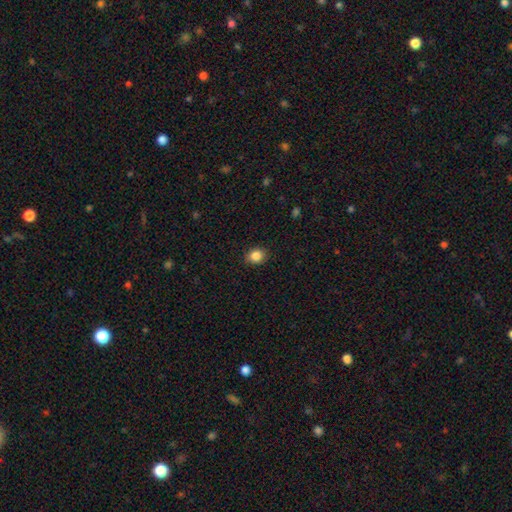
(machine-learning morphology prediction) Overall: smooth (86%). How rounded: round (62%; in between 38%). Merging: none (88%).